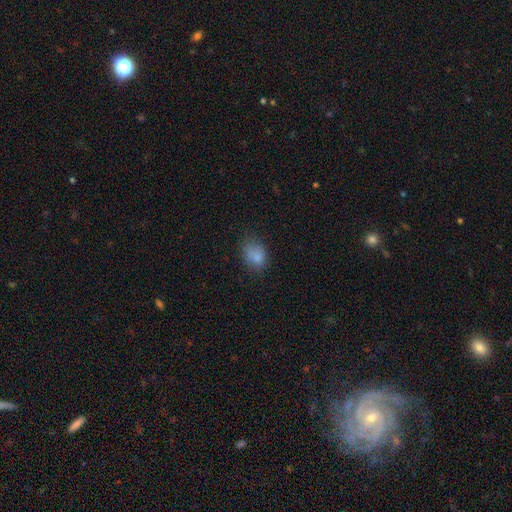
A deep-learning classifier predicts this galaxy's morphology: Overall: smooth (80%). How rounded: in between (61%; round 38%). Merging: none (58%; minor disturbance 28%).